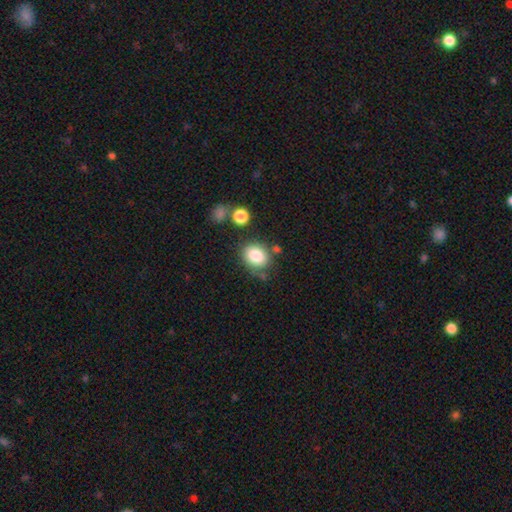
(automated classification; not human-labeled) smooth_or_featured: smooth (p=0.84) [alt: star or artifact p=0.10]
how_rounded: round (p=0.59) [alt: in between p=0.40]
merging: none (p=0.75) [alt: minor disturbance p=0.14]